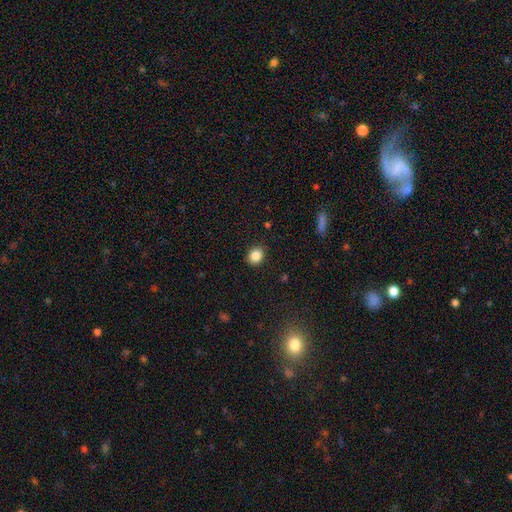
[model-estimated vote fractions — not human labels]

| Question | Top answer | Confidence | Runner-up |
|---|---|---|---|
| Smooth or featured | smooth | 85% | star or artifact (10%) |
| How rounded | round | 60% | in between (39%) |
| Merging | none | 89% | minor disturbance (8%) |